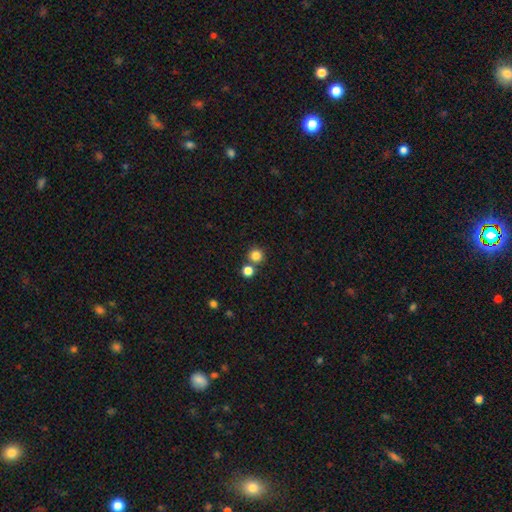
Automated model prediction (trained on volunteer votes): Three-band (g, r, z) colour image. It shows a smooth galaxy with no disk features (82%) that is round (94%). Merging: none (74%).